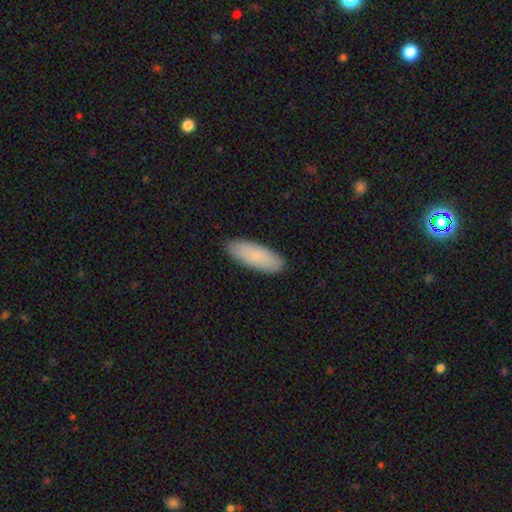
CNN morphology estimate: Smooth or featured: smooth — 82% (featured or disk — 12%)
How rounded: in between — 64% (cigar-shaped — 34%)
Merging: none — 89% (minor disturbance — 8%)